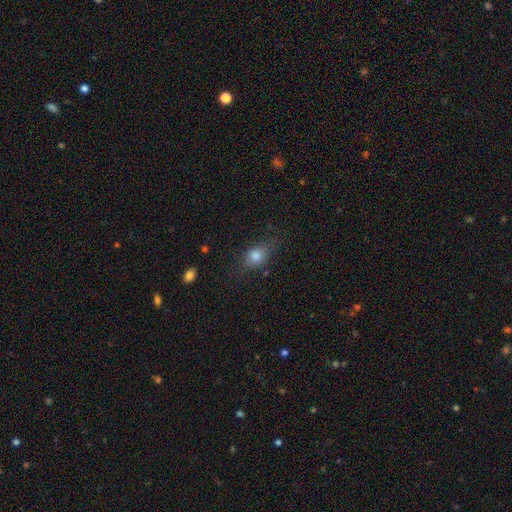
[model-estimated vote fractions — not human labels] Overall: smooth (75%). How rounded: in between (58%; round 37%). Merging: none (66%).